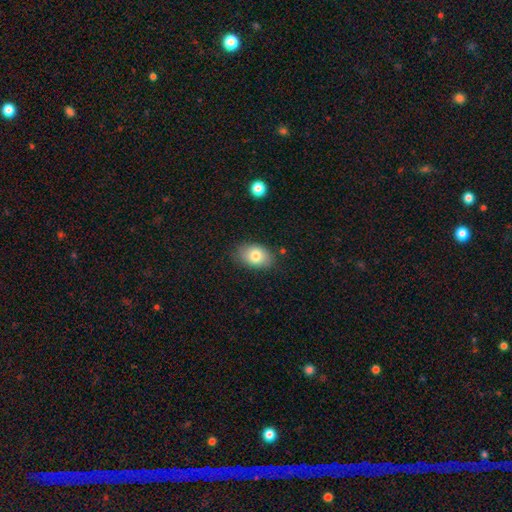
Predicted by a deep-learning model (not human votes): A smooth galaxy with no disk features (80%) that is in between round and cigar-shaped (87%). Merging: none (80%).